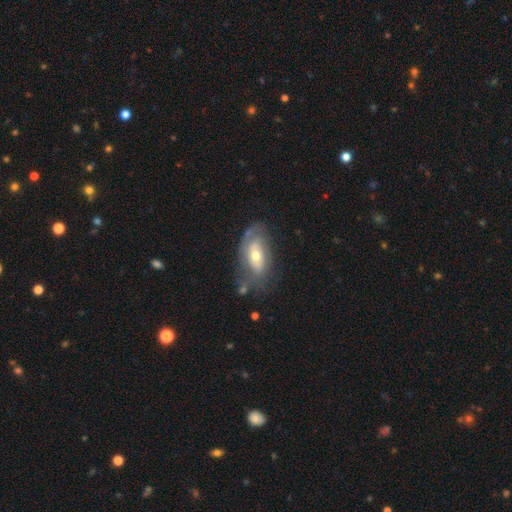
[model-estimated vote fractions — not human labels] Smooth or featured? Predicted: featured or disk (p=0.66). Edge-on disk? Predicted: no (p=0.90). Bar? Predicted: no (p=0.63). Spiral arms? Predicted: yes (p=0.68). Bulge size? Predicted: moderate (p=0.62). Merging? Predicted: none (p=0.56).